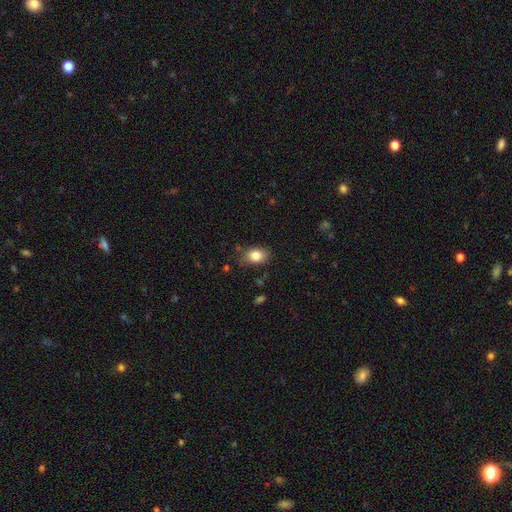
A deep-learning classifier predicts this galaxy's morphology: This appears to be a smooth galaxy with no disk features (82%) that is in between round and cigar-shaped (76%). Merging: none (76%).